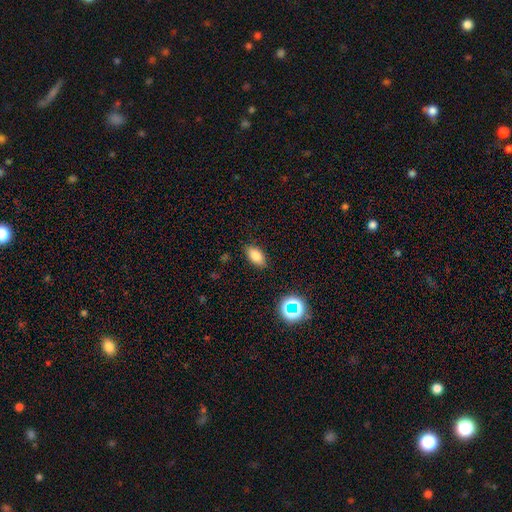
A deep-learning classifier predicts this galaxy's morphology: Smooth or featured? Predicted: smooth (p=0.80). How rounded? Predicted: in between (p=0.89). Merging? Predicted: none (p=0.86).